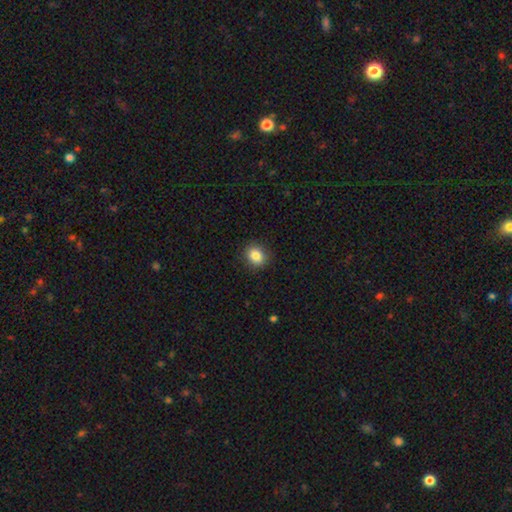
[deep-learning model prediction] This appears to be a smooth galaxy with no disk features (85%) that is round (63%). Merging: none (89%).